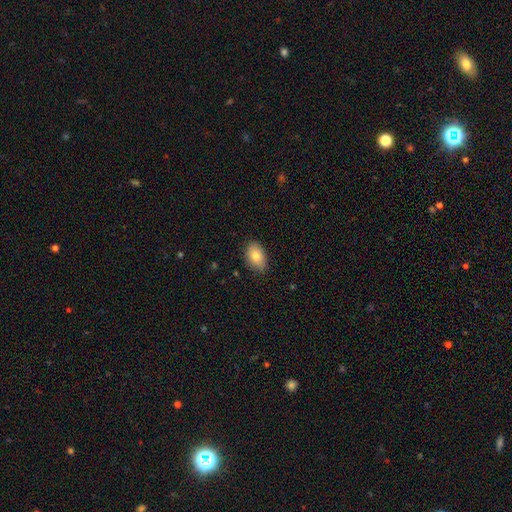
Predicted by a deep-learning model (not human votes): Smooth or featured: smooth — 82% (featured or disk — 10%)
How rounded: in between — 89% (round — 10%)
Merging: none — 85% (minor disturbance — 12%)